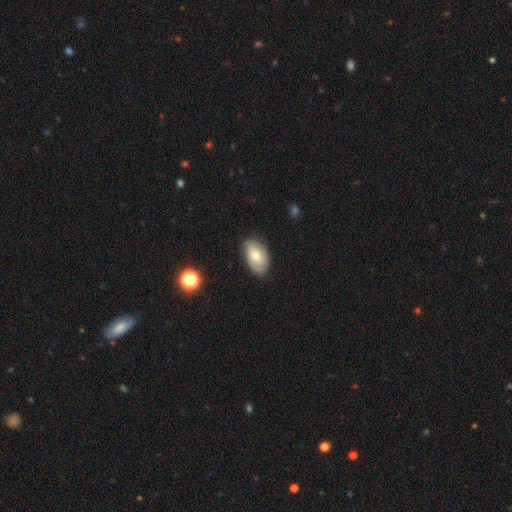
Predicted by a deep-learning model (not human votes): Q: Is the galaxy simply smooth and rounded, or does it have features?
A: smooth — 63%.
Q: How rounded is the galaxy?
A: in between — 91%.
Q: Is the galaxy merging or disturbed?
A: none — 73%.